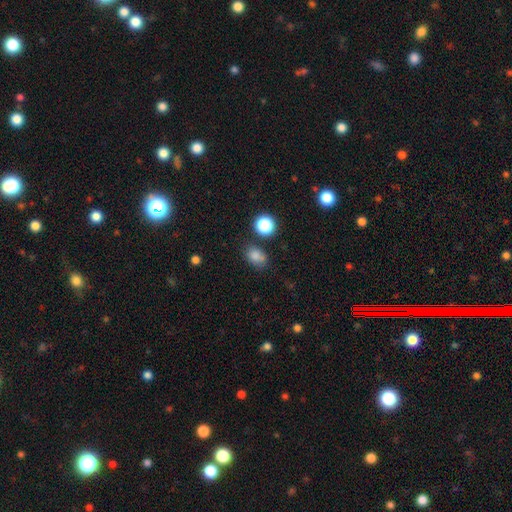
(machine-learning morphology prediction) Q: Smooth or featured?
A: smooth (79%); runner-up: star or artifact (15%)
Q: How rounded?
A: in between (65%); runner-up: round (34%)
Q: Merging?
A: none (67%); runner-up: minor disturbance (19%)